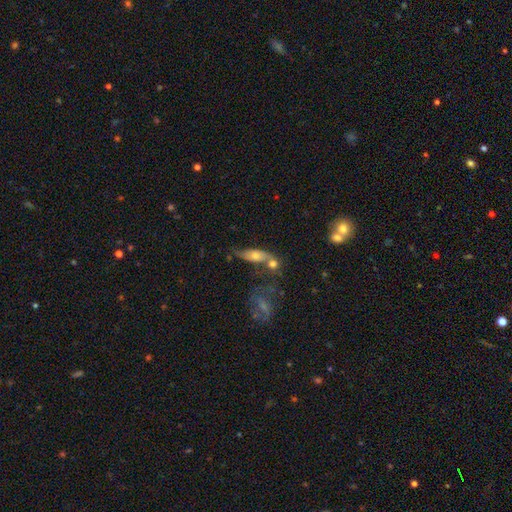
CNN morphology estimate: Smooth or featured: smooth — 50% (featured or disk — 38%)
Merging: none — 42% (merger — 28%)